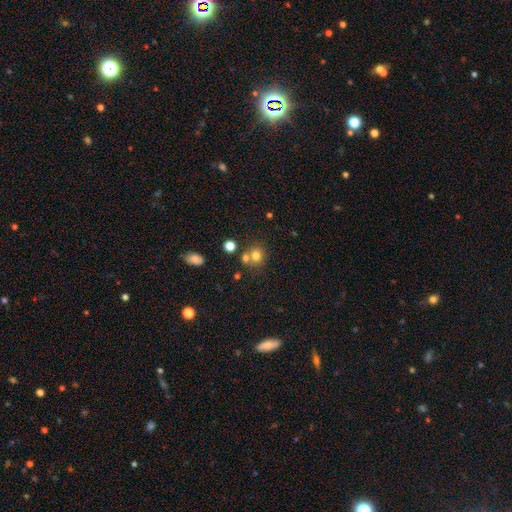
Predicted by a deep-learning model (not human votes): Smooth or featured: smooth — 74% (star or artifact — 15%)
How rounded: round — 82% (in between — 17%)
Merging: none — 57% (merger — 31%)